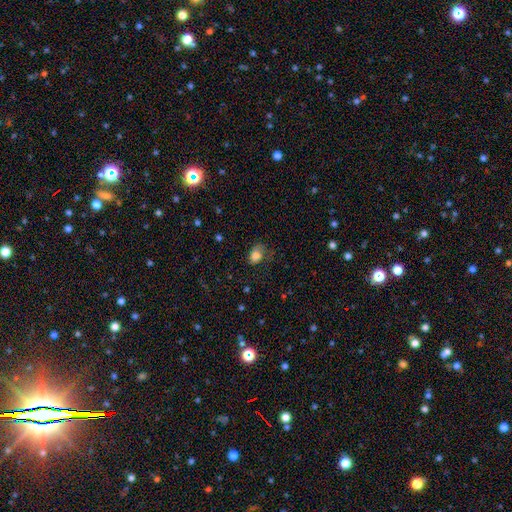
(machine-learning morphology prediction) Smooth or featured: smooth — 80% (featured or disk — 10%)
How rounded: in between — 67% (round — 31%)
Merging: none — 50% (minor disturbance — 29%)